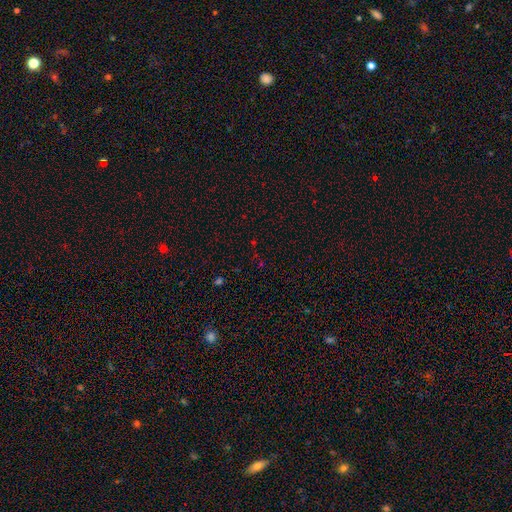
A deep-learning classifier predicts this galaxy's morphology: This is likely a star or artifact rather than a galaxy (61%).